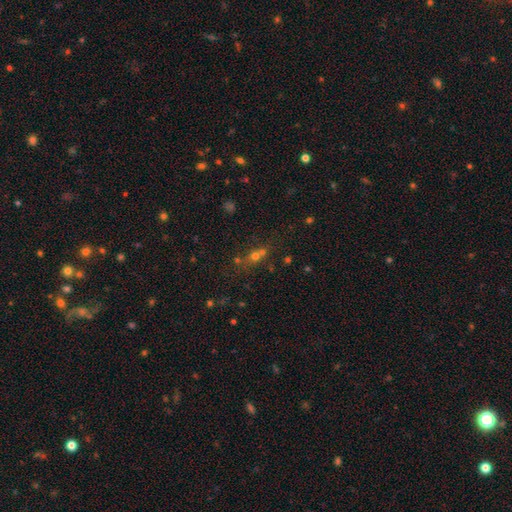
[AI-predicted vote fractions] A smooth galaxy with no disk features (49%).

Vote fractions:
- Smooth or featured? smooth: 49% / star or artifact: 35% / featured or disk: 16%
- Merging? none: 50% / merger: 35% / minor disturbance: 10% / major disturbance: 6%